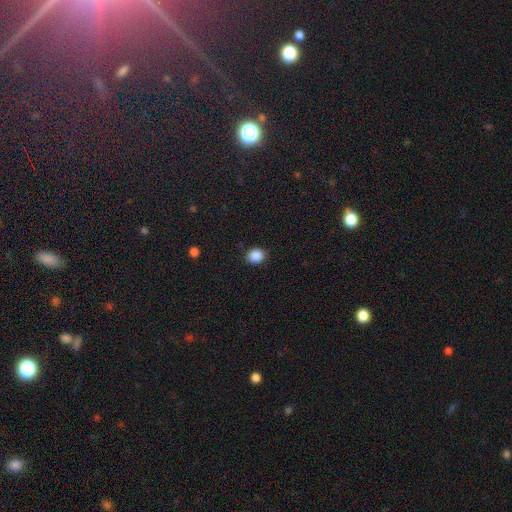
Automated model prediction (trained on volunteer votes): Smooth or featured? smooth (87%)
How rounded? round (69%)
Merging? none (88%)